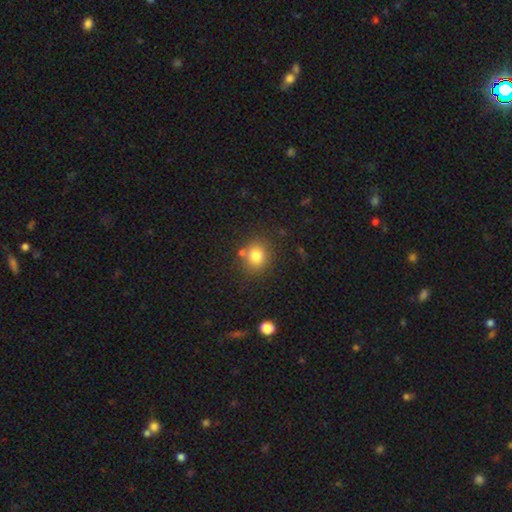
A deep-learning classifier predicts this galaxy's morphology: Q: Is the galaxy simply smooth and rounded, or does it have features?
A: smooth — 80%.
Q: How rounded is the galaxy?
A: round — 78%.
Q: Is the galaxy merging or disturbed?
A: none — 76%.